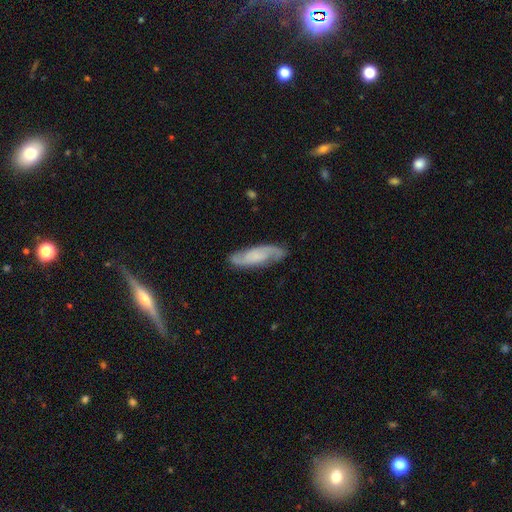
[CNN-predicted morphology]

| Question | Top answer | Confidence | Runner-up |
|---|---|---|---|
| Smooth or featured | featured or disk | 72% | smooth (22%) |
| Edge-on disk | no | 89% | yes (11%) |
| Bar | no | 54% | weak (35%) |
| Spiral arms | yes | 95% | no (5%) |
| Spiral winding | medium | 48% | tight (27%) |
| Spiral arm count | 2 | 88% | can't tell (6%) |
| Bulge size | none | 44% | small (34%) |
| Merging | none | 81% | minor disturbance (14%) |